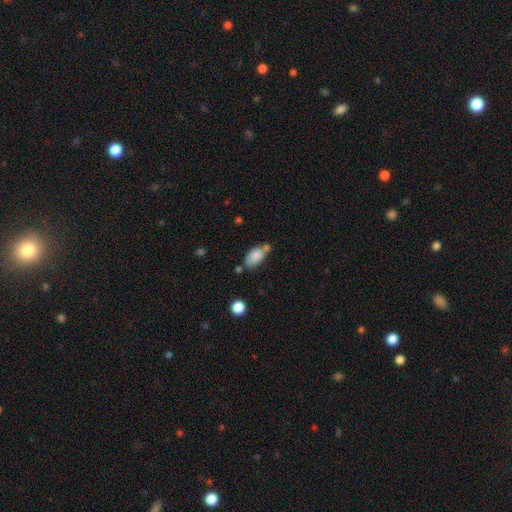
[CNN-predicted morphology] A smooth galaxy with no disk features (82%) that is in between round and cigar-shaped (90%).

Vote fractions:
- Smooth or featured? smooth: 82% / featured or disk: 10% / star or artifact: 8%
- How rounded? in between: 90% / round: 7% / cigar-shaped: 3%
- Merging? none: 44% / merger: 28% / minor disturbance: 21% / major disturbance: 7%